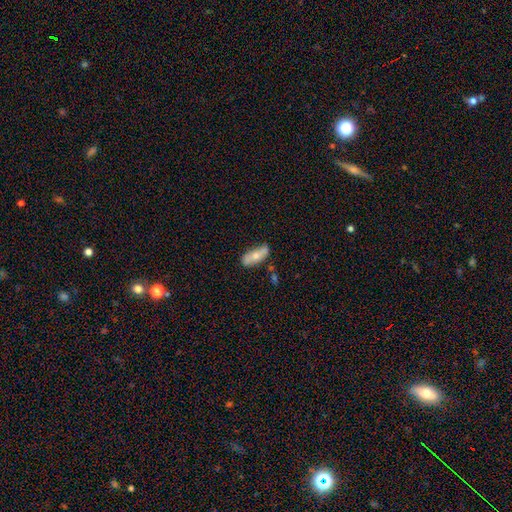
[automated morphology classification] This is likely a smooth galaxy (61%). How rounded: likely in between (77%). Merging: likely none (65%).